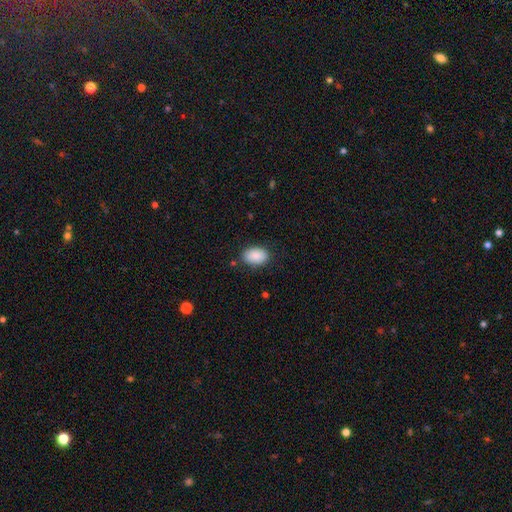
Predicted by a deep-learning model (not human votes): Smooth or featured?
  - smooth: 90% *
  - star or artifact: 7%
  - featured or disk: 4%
How rounded?
  - in between: 90% *
  - round: 9%
  - cigar-shaped: 1%
Merging?
  - none: 84% *
  - minor disturbance: 12%
  - major disturbance: 3%
  - merger: 1%